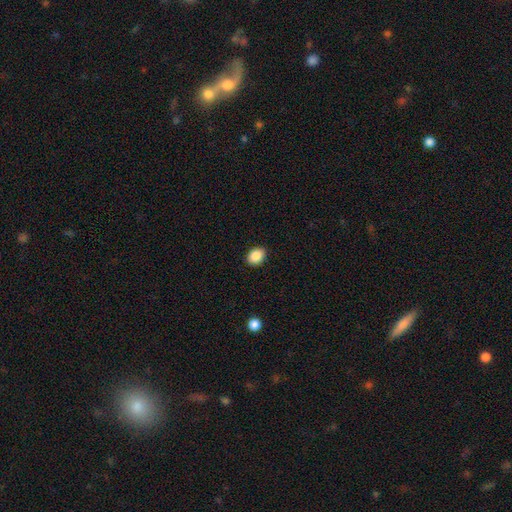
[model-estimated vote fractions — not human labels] The model was most divided on "how rounded": in between: 70%, round: 29%, cigar-shaped: 1%. More confident: smooth or featured — smooth (89%); merging — none (88%).